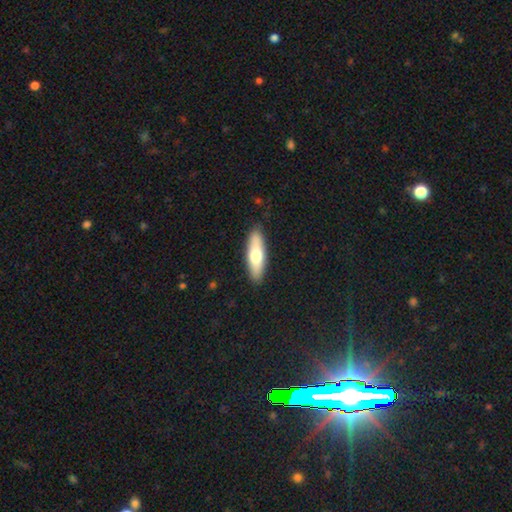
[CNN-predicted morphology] Smooth or featured: smooth — 65% (featured or disk — 30%)
How rounded: cigar-shaped — 51% (in between — 47%)
Merging: none — 88% (minor disturbance — 9%)